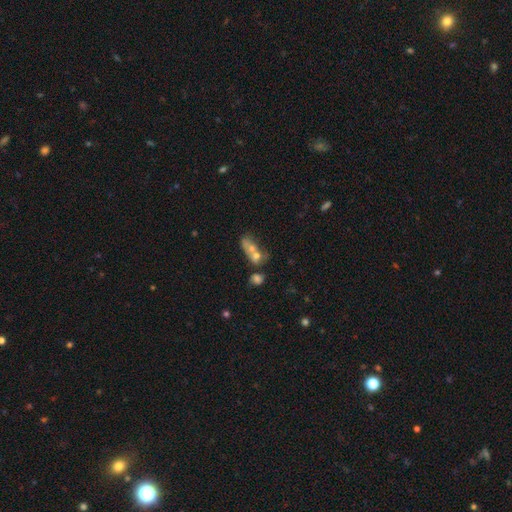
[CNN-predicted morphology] A smooth galaxy with no disk features (59%) that is in between round and cigar-shaped (65%). Merging: merger (64%).